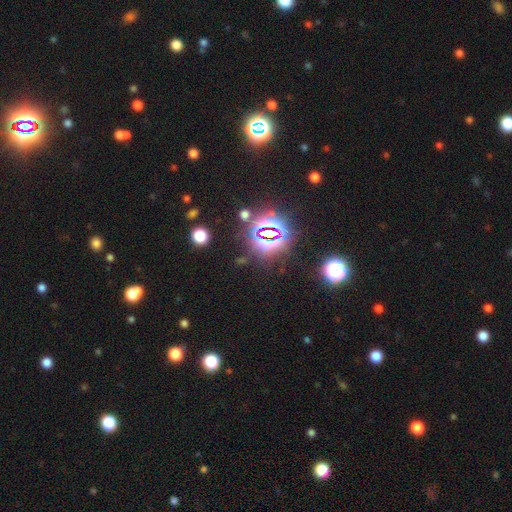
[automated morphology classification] Overall: star or artifact (81%).